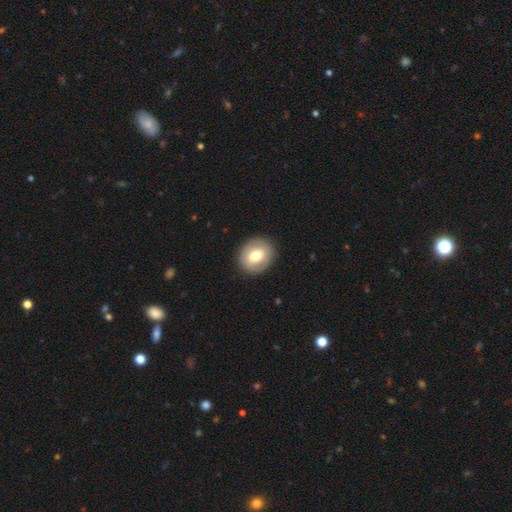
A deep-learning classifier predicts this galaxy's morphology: The model was most divided on "smooth or featured": smooth: 65%, featured or disk: 28%, star or artifact: 7%. More confident: merging — none (88%); how rounded — round (72%).